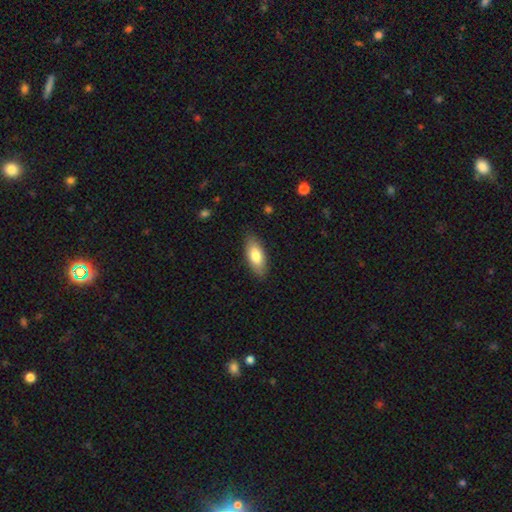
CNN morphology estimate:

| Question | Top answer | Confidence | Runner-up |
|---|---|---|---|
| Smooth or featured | smooth | 77% | featured or disk (17%) |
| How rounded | in between | 82% | cigar-shaped (16%) |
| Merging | none | 85% | minor disturbance (12%) |